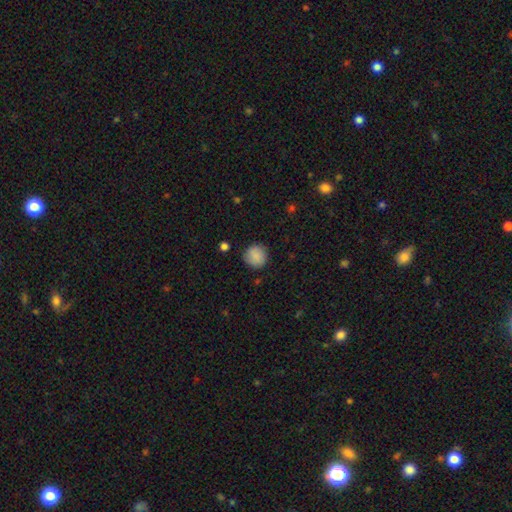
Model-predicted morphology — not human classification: A smooth galaxy with no disk features (88%) that is round (92%).

Vote fractions:
- Smooth or featured? smooth: 88% / star or artifact: 8% / featured or disk: 5%
- How rounded? round: 92% / in between: 7% / cigar-shaped: 1%
- Merging? none: 85% / minor disturbance: 11% / major disturbance: 3% / merger: 1%